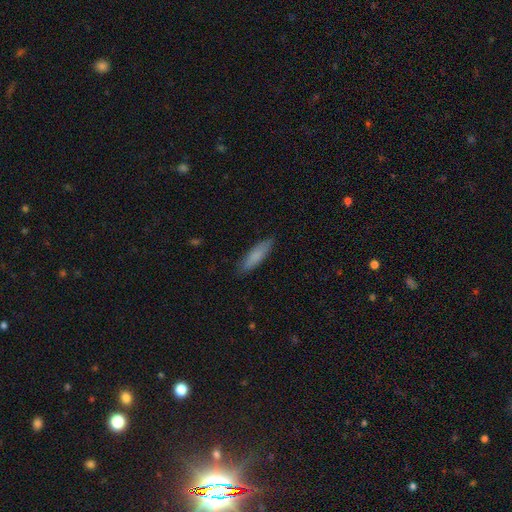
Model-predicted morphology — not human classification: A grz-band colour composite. It shows a smooth galaxy with no disk features (81%) that is cigar-shaped (70%). Merging: none (85%).